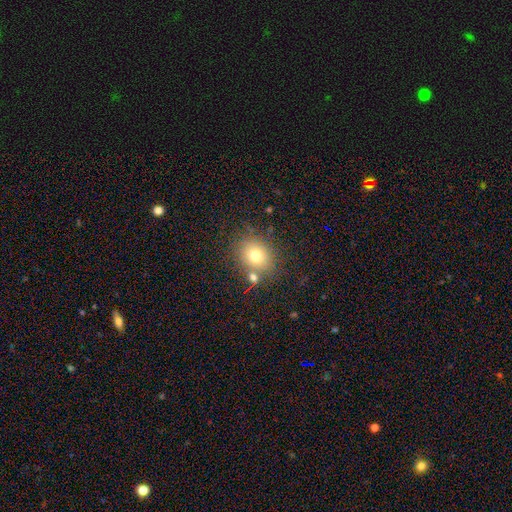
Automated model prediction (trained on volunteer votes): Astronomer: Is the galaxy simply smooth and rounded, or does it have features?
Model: smooth — 73%.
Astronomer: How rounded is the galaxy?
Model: round — 64%.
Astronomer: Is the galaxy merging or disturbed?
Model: none — 75%.